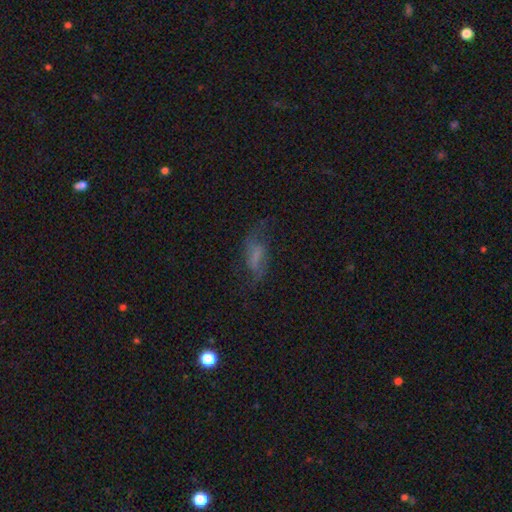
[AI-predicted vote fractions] A smooth galaxy with no disk features (43%).

Vote fractions:
- Smooth or featured? smooth: 43% / featured or disk: 42% / star or artifact: 15%
- Merging? none: 49% / major disturbance: 25% / minor disturbance: 23% / merger: 3%